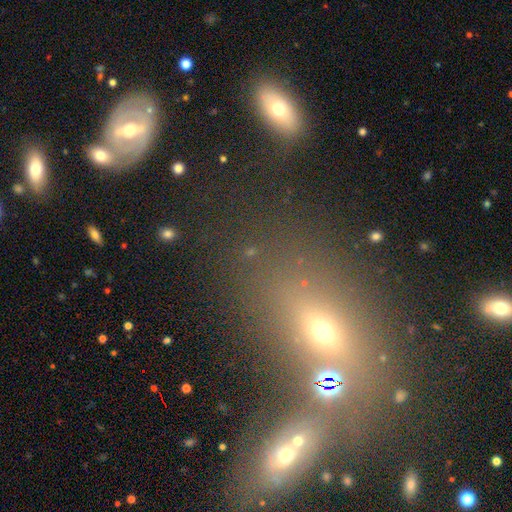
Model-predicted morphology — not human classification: The model was most divided on "smooth or featured": smooth: 48%, star or artifact: 28%, featured or disk: 23%. More confident: merging — none (51%).